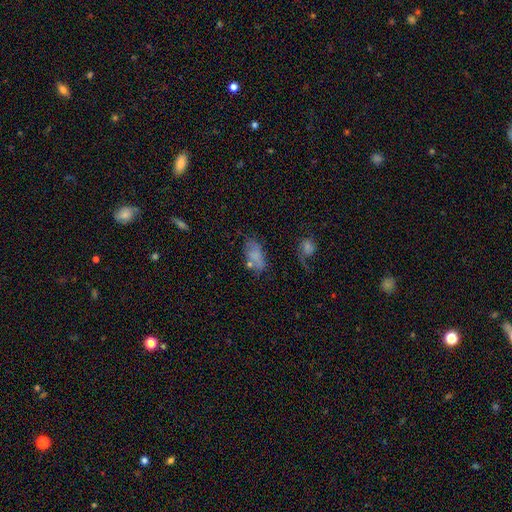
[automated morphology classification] Q: Smooth or featured?
A: smooth (68%); runner-up: featured or disk (21%)
Q: How rounded?
A: in between (90%); runner-up: cigar-shaped (5%)
Q: Merging?
A: none (49%); runner-up: minor disturbance (25%)